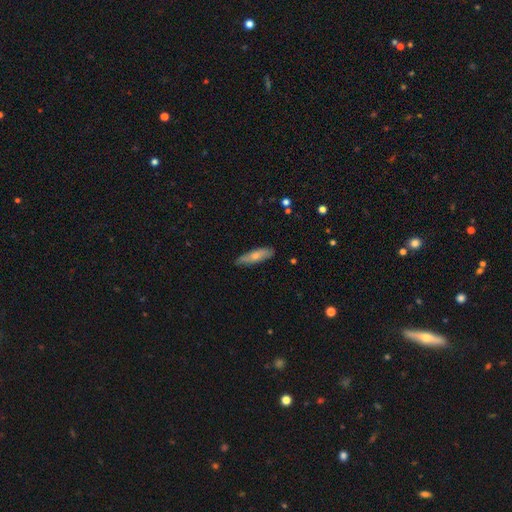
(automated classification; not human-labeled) smooth_or_featured: smooth (p=0.67) [alt: featured or disk p=0.27]
how_rounded: cigar-shaped (p=0.64) [alt: in between p=0.34]
merging: none (p=0.82) [alt: minor disturbance p=0.15]